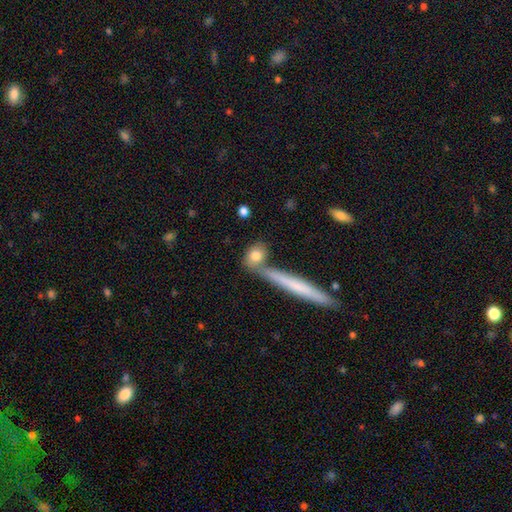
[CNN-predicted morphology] Smooth or featured? smooth (77%)
How rounded? in between (38%, tied with round)
Merging? none (59%)